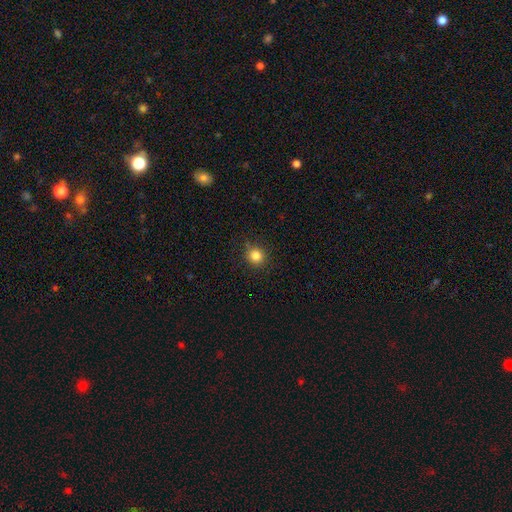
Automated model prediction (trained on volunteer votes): Smooth or featured? Predicted: smooth (p=0.84). How rounded? Predicted: round (p=0.91). Merging? Predicted: none (p=0.86).